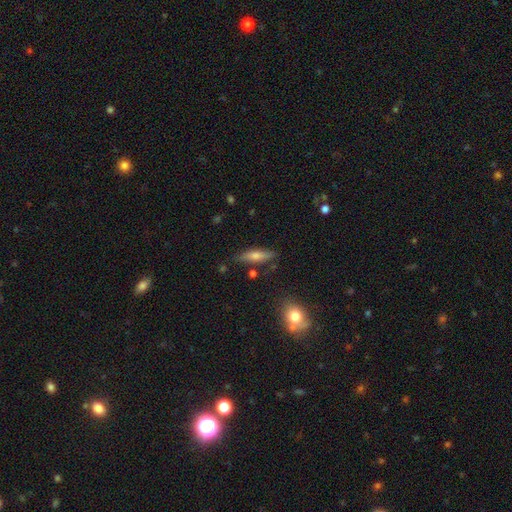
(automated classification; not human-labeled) Morphology: type=smooth (56%); roundness=cigar-shaped (68%); merging=none (81%).